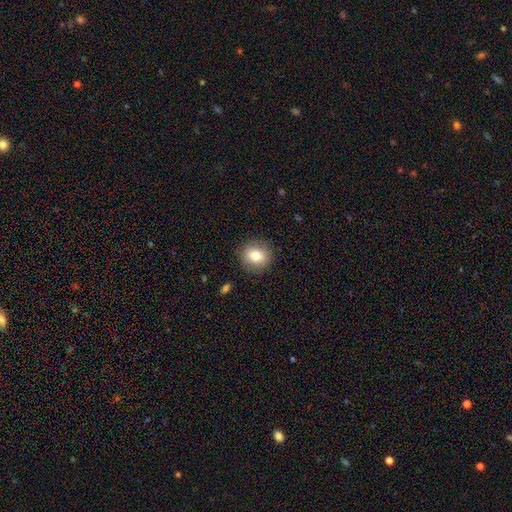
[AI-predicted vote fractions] This appears to be a smooth galaxy with no disk features (78%) that is round (82%). Merging: none (88%).